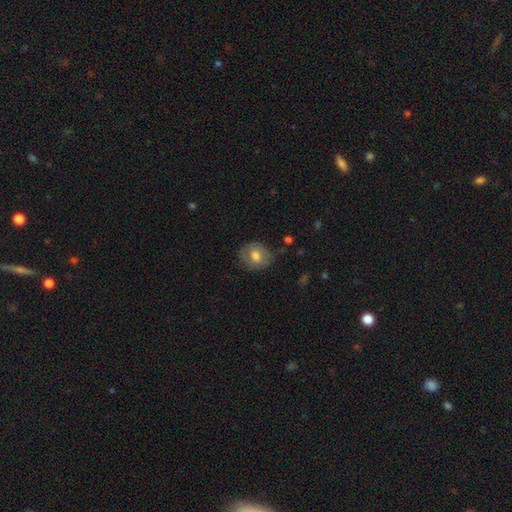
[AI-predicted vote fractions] This is likely a smooth galaxy (70%). How rounded: likely round (68%). Merging: likely none (69%).